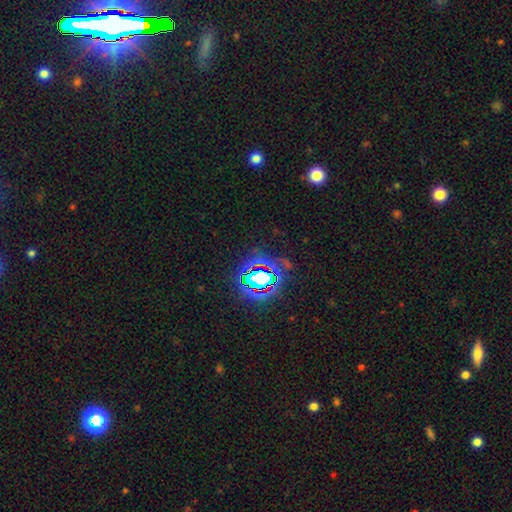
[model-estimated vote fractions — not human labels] Smooth or featured? star or artifact (80%)